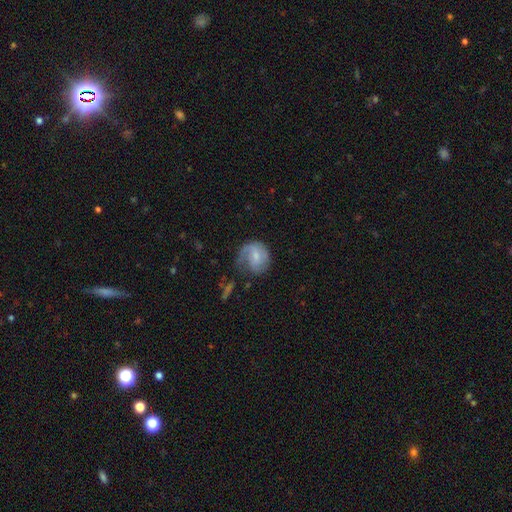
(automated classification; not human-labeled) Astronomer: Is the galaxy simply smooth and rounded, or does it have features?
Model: featured or disk — 51% (runner-up: smooth, 42%).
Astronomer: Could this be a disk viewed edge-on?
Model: no — 97%.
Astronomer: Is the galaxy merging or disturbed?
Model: none — 43% (runner-up: major disturbance, 27%).